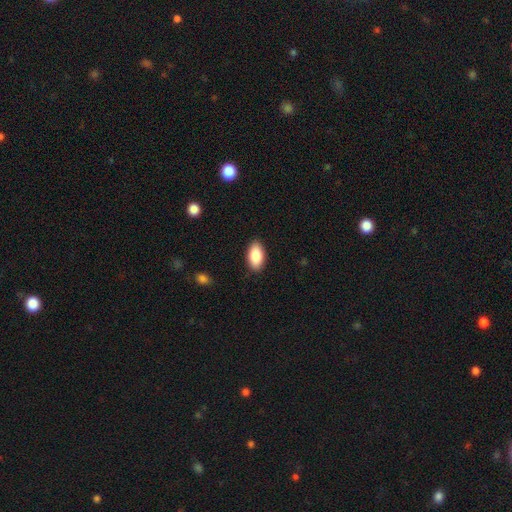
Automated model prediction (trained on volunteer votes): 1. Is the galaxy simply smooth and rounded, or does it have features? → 87% smooth, 6% featured or disk, 6% star or artifact.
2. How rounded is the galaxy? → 94% in between, 3% cigar-shaped, 3% round.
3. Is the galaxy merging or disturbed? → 88% none, 9% minor disturbance, 2% major disturbance, 1% merger.